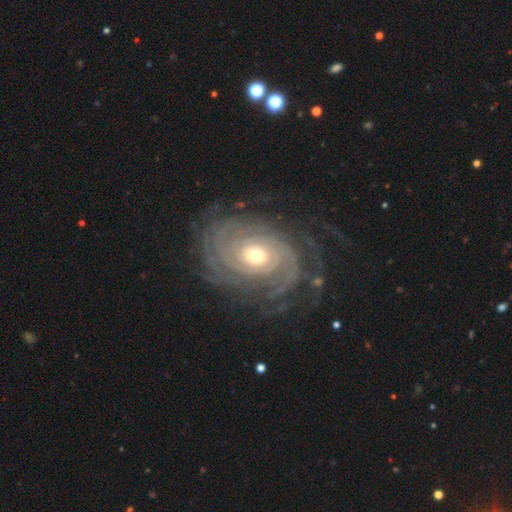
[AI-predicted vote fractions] A featured or disk galaxy (89%) with no bar (73%), tight (82%) spiral arms (97%) and a moderate central bulge (59%).

Vote fractions:
- Smooth or featured? featured or disk: 89% / smooth: 6% / star or artifact: 5%
- Edge-on disk? no: 96% / yes: 4%
- Bar? no: 73% / weak: 19% / strong: 7%
- Spiral arms? yes: 97% / no: 3%
- Spiral winding? tight: 82% / medium: 14% / loose: 4%
- Spiral arm count? can't tell: 30% / more than 4: 20% / 4: 15% / 2: 14% / 3: 14% / 1: 7%
- Bulge size? moderate: 59% / small: 34% / large: 5% / dominant: 1% / none: 1%
- Merging? none: 75% / minor disturbance: 15% / major disturbance: 9% / merger: 1%